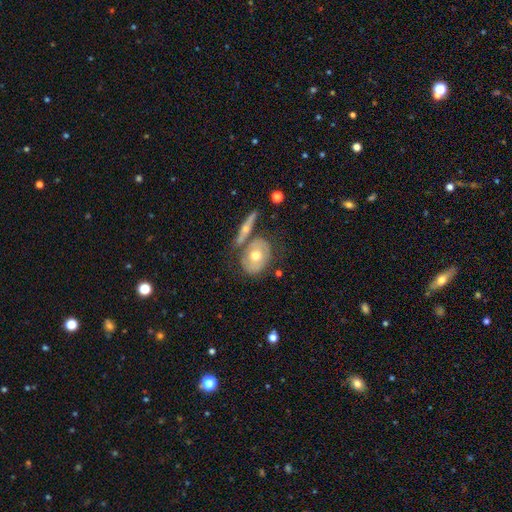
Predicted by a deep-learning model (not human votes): Q: Smooth or featured?
A: featured or disk (56%); runner-up: smooth (38%)
Q: Edge-on disk?
A: no (85%); runner-up: yes (15%)
Q: Merging?
A: none (55%); runner-up: merger (23%)